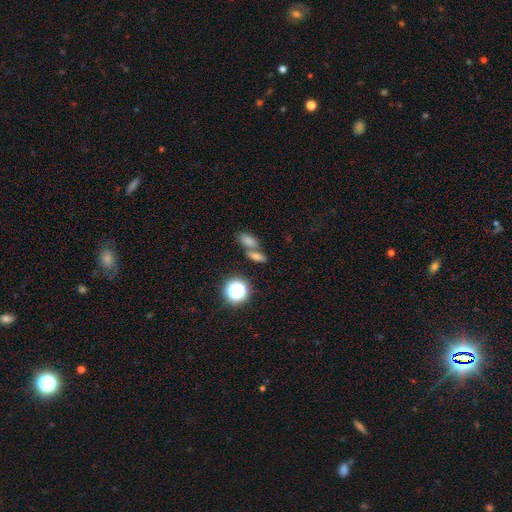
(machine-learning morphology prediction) Smooth or featured: smooth — 64% (star or artifact — 24%)
How rounded: in between — 67% (round — 18%)
Merging: none — 45% (merger — 42%)